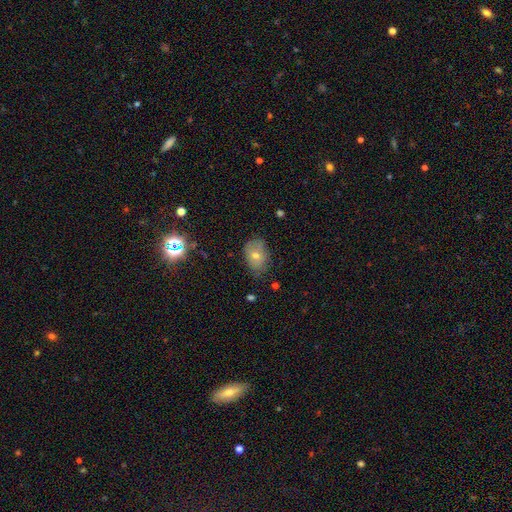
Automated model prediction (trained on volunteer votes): A smooth galaxy with no disk features (58%) that is in between round and cigar-shaped (75%).

Vote fractions:
- Smooth or featured? smooth: 58% / featured or disk: 24% / star or artifact: 18%
- How rounded? in between: 75% / round: 24% / cigar-shaped: 1%
- Merging? none: 71% / minor disturbance: 21% / major disturbance: 5% / merger: 2%